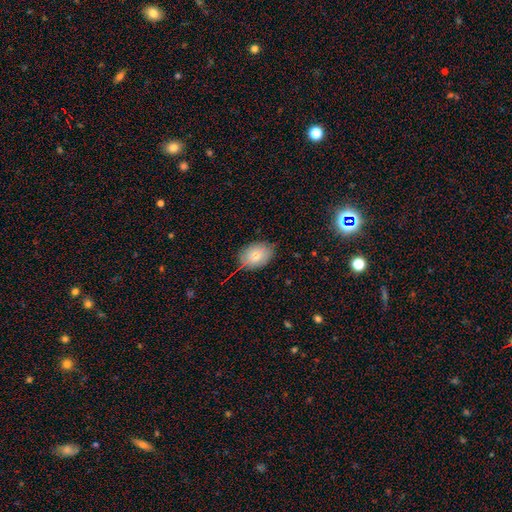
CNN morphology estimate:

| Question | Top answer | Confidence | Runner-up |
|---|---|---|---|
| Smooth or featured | smooth | 72% | featured or disk (17%) |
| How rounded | in between | 80% | round (18%) |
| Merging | none | 72% | minor disturbance (21%) |